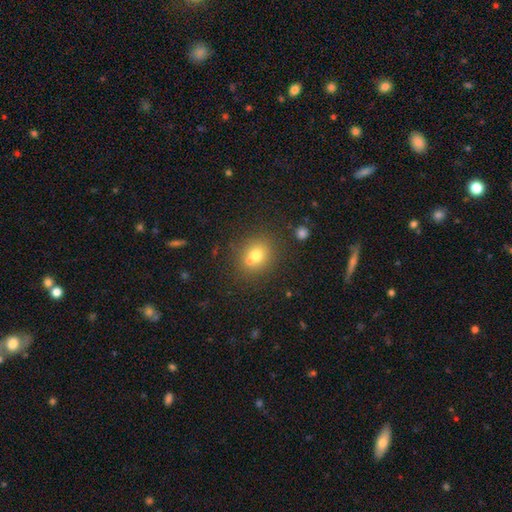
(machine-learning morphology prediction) Q: Smooth or featured?
A: smooth (70%); runner-up: star or artifact (15%)
Q: How rounded?
A: round (76%); runner-up: in between (23%)
Q: Merging?
A: none (63%); runner-up: merger (23%)